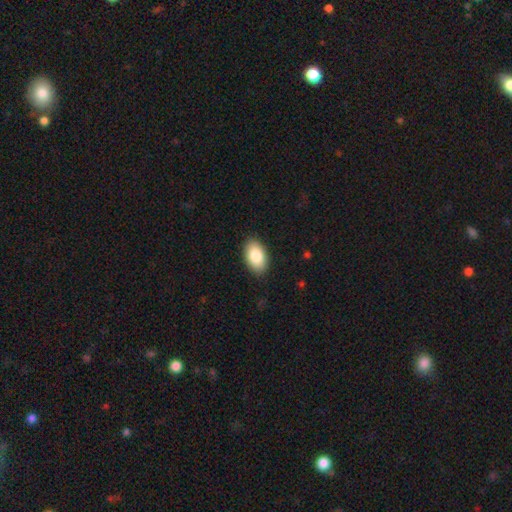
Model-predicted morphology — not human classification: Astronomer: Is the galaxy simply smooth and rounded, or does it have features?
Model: smooth — 86%.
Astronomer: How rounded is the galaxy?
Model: in between — 94%.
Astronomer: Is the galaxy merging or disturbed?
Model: none — 88%.